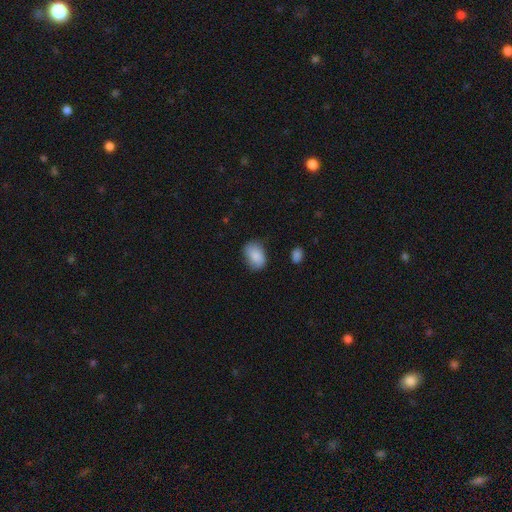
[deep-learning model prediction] smooth 86%, star or artifact 7%, featured or disk 7%. Down the decision tree: how rounded — in between (82%); merging — none (71%).